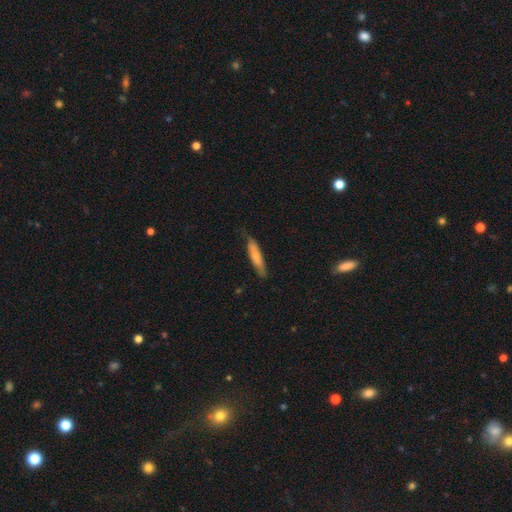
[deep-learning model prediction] Smooth or featured? smooth (66%)
How rounded? cigar-shaped (79%)
Merging? none (71%)